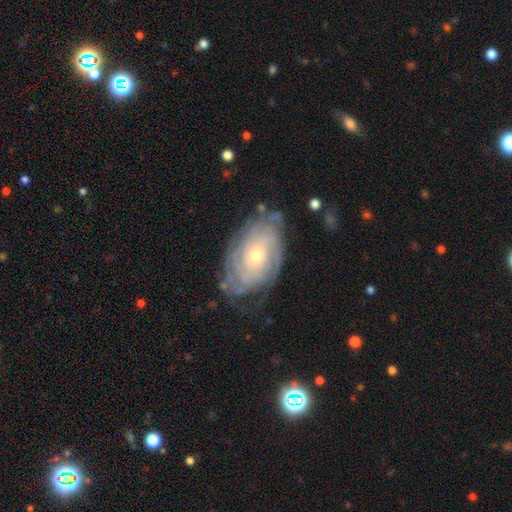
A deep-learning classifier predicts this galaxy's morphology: Overall: featured or disk (80%). Edge-on disk: no (95%). Bar: no (80%). Spiral arms: yes (90%). Spiral arm count: can't tell (52%; 2 13%). Spiral winding: tight (76%). Bulge size: small (55%; moderate 41%). Merging: none (69%).